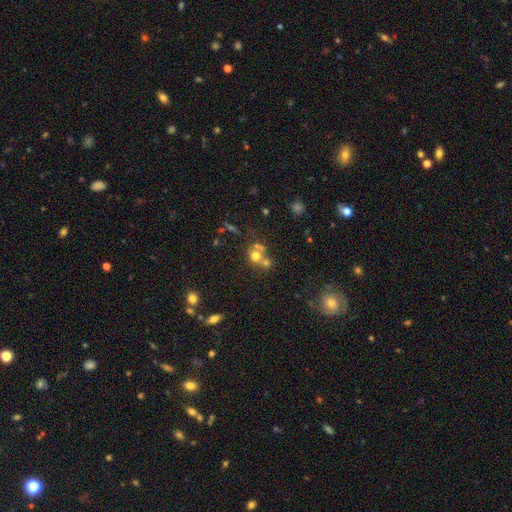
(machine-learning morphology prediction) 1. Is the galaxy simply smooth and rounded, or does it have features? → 63% smooth, 19% featured or disk, 18% star or artifact.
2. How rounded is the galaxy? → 79% round, 20% in between, 1% cigar-shaped.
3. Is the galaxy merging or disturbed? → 47% merger, 40% none, 8% minor disturbance, 5% major disturbance.